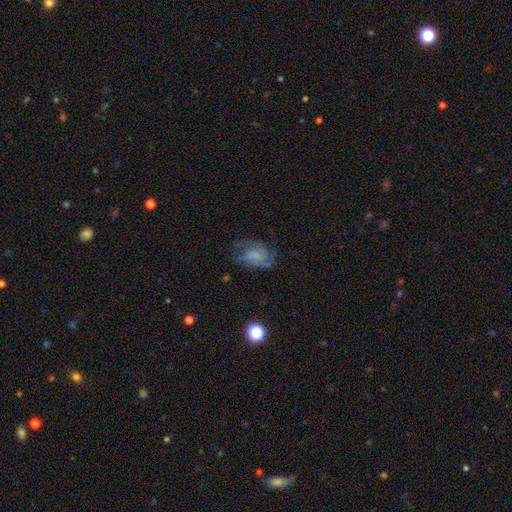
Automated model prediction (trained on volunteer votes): featured or disk 60%, smooth 29%, star or artifact 11%. Down the decision tree: edge-on disk — no (97%); bar — no (60%); spiral arms — yes (83%); bulge size — none (45%); merging — none (55%).